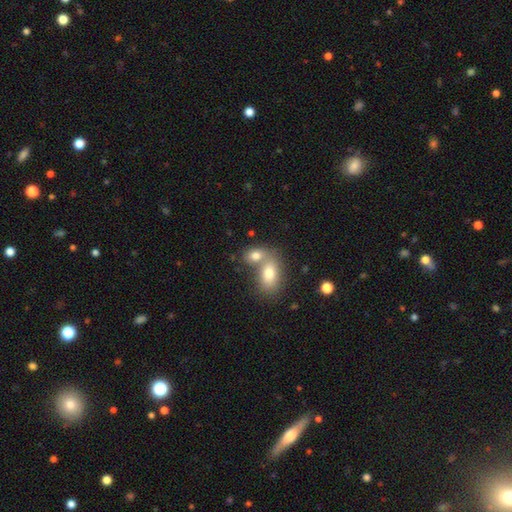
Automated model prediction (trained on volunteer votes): Q: Smooth or featured?
A: smooth (78%); runner-up: featured or disk (14%)
Q: How rounded?
A: in between (83%); runner-up: round (15%)
Q: Merging?
A: merger (61%); runner-up: none (28%)